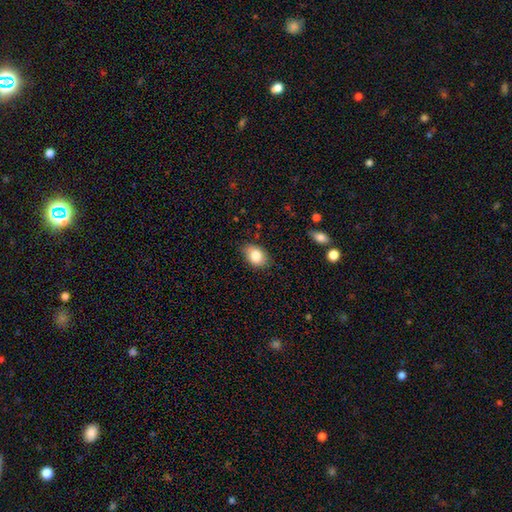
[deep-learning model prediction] A smooth galaxy with no disk features (83%) that is in between round and cigar-shaped (74%).

Vote fractions:
- Smooth or featured? smooth: 83% / featured or disk: 9% / star or artifact: 8%
- How rounded? in between: 74% / round: 25% / cigar-shaped: 1%
- Merging? none: 80% / minor disturbance: 16% / major disturbance: 3% / merger: 1%